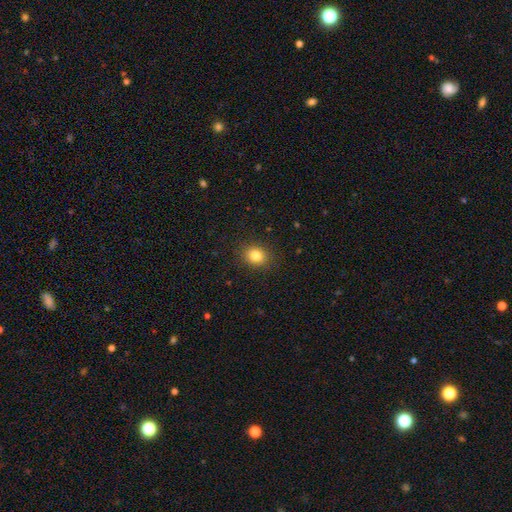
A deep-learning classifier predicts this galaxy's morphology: A smooth galaxy with no disk features (83%) that is round (65%). Merging: none (89%).